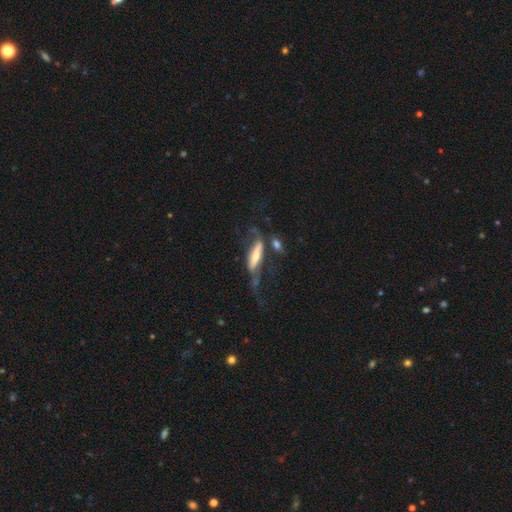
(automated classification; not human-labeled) This is possibly a featured or disk galaxy (52%). It is possibly viewed edge-on (57%). Merging: marginally major disturbance (35%).